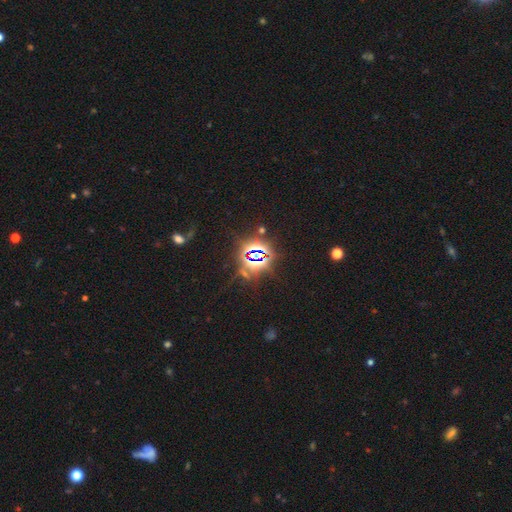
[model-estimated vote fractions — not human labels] Smooth or featured: star or artifact — 81% (smooth — 11%)